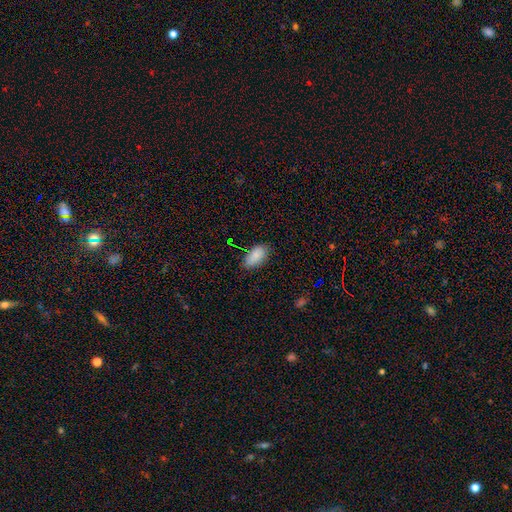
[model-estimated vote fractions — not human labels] The model was most divided on "merging": none: 80%, minor disturbance: 16%, major disturbance: 3%, merger: 1%. More confident: how rounded — in between (94%); smooth or featured — smooth (87%).